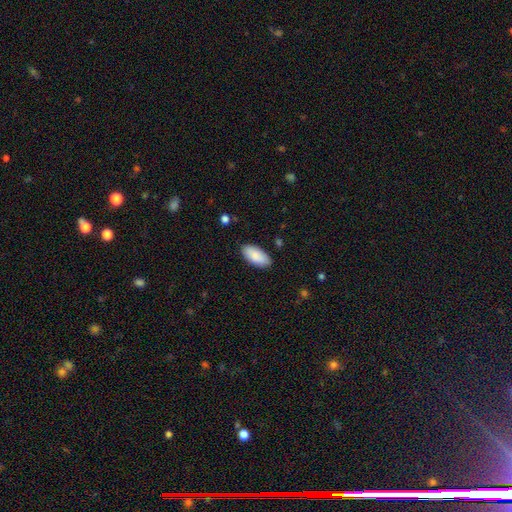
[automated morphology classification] smooth-or-featured: smooth: 88% | featured or disk: 7% | star or artifact: 6%
  how-rounded: in between: 93% | cigar-shaped: 5% | round: 2%
  merging: none: 87% | minor disturbance: 10% | major disturbance: 2% | merger: 1%